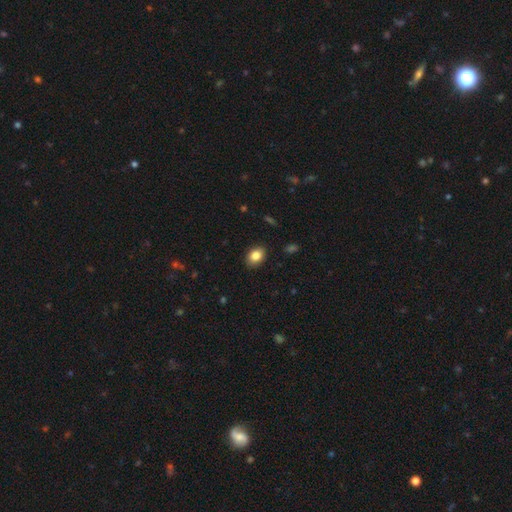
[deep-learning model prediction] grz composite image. It shows a smooth galaxy with no disk features (85%) that is in between round and cigar-shaped (73%). Merging: none (88%).